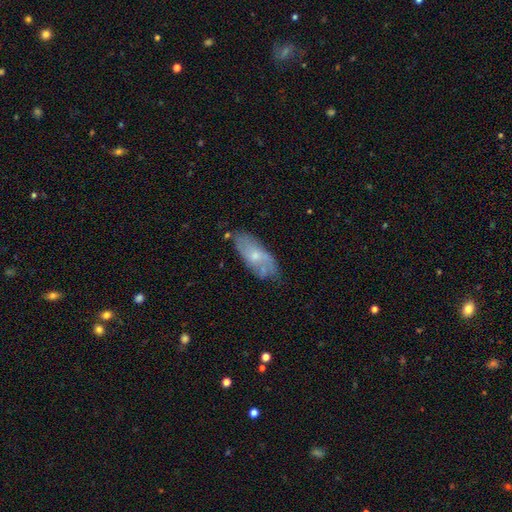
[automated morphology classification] Q: Smooth or featured?
A: featured or disk (52%); runner-up: smooth (41%)
Q: Edge-on disk?
A: no (85%); runner-up: yes (15%)
Q: Merging?
A: none (61%); runner-up: minor disturbance (28%)